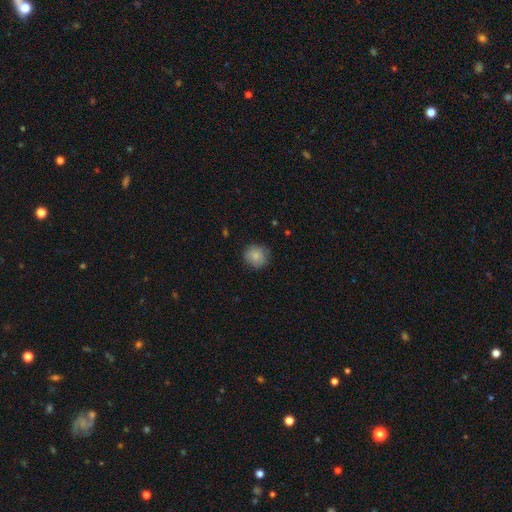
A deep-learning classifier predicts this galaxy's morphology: Smooth or featured?
  - smooth: 83% *
  - featured or disk: 9%
  - star or artifact: 8%
How rounded?
  - round: 87% *
  - in between: 12%
  - cigar-shaped: 1%
Merging?
  - none: 83% *
  - minor disturbance: 14%
  - major disturbance: 3%
  - merger: 1%